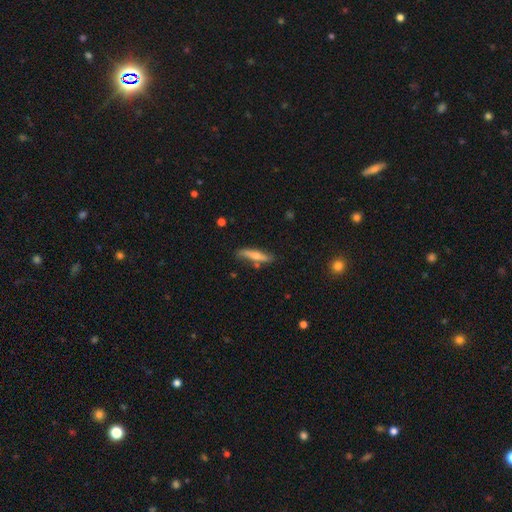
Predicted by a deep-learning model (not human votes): Smooth or featured? smooth (55%)
How rounded? cigar-shaped (85%)
Merging? none (75%)